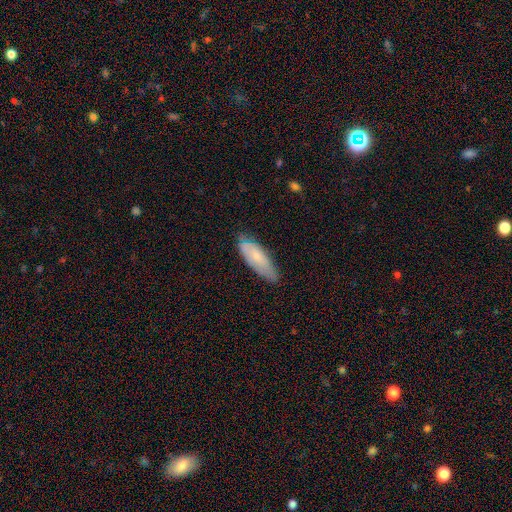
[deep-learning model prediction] Smooth or featured?
  - smooth: 66% *
  - featured or disk: 27%
  - star or artifact: 6%
How rounded?
  - in between: 63% *
  - cigar-shaped: 35%
  - round: 2%
Merging?
  - none: 67% *
  - minor disturbance: 27%
  - major disturbance: 5%
  - merger: 2%